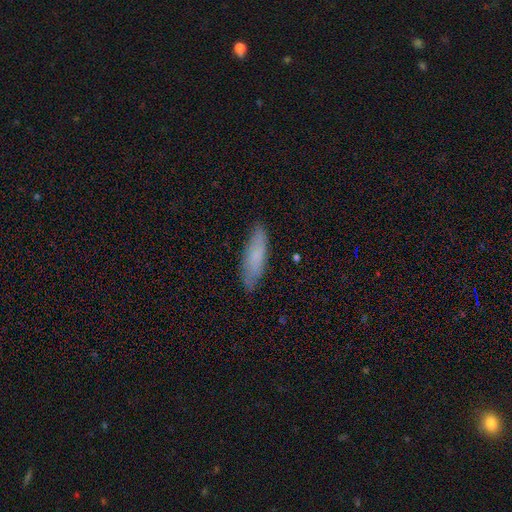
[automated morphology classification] smooth 72%, featured or disk 21%, star or artifact 7%. Down the decision tree: how rounded — cigar-shaped (63%); merging — none (83%).